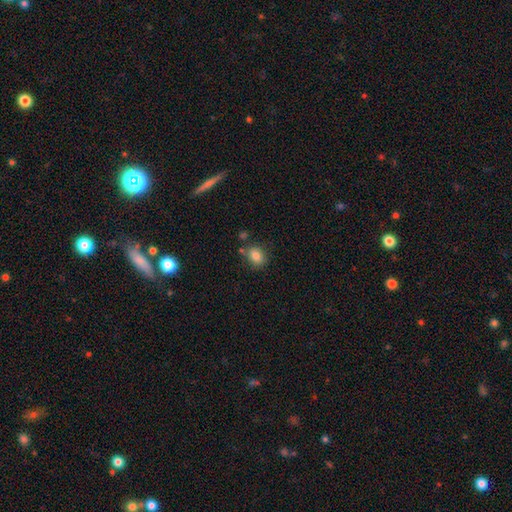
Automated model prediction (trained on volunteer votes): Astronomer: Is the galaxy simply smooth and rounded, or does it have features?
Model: smooth — 82%.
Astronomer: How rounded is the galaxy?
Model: in between — 50% (runner-up: round, 49%).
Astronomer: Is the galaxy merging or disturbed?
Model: none — 72%.